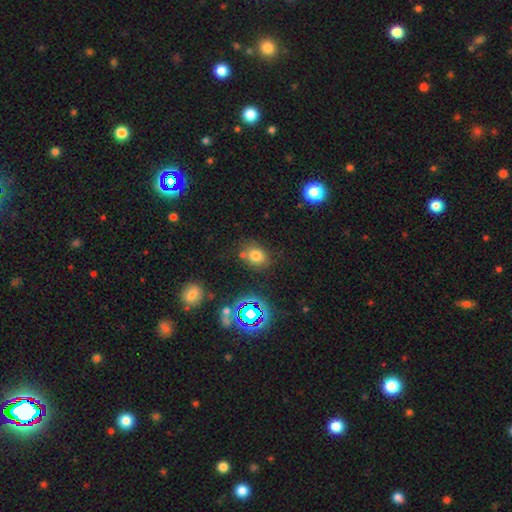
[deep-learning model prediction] smooth 69%, star or artifact 22%, featured or disk 10%. Down the decision tree: how rounded — round (53%); merging — none (74%).